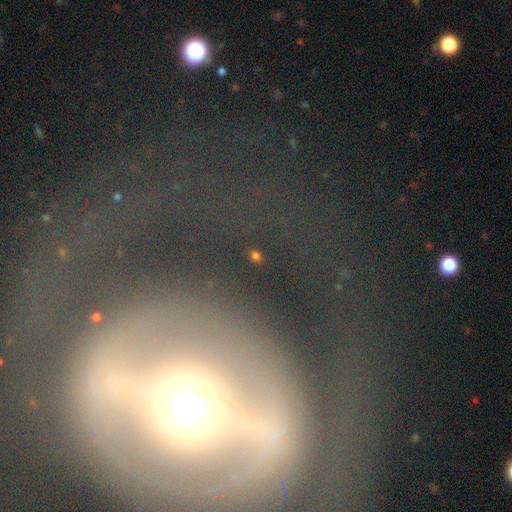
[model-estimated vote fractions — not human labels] Overall: featured or disk (57%; star or artifact 23%). Edge-on disk: no (85%). Merging: none (63%).